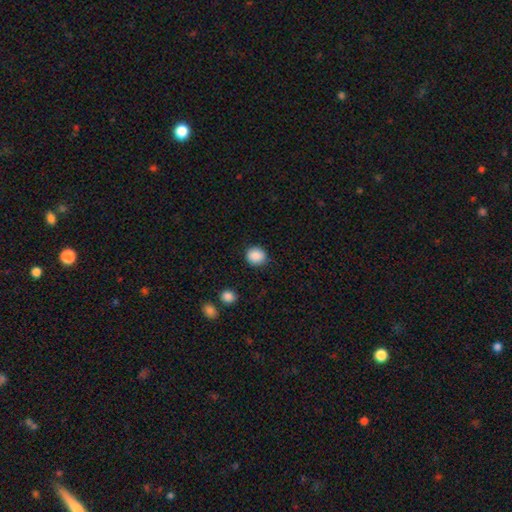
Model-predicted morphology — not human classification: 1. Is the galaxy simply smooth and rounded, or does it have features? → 88% smooth, 9% star or artifact, 3% featured or disk.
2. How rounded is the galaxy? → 80% round, 19% in between, 1% cigar-shaped.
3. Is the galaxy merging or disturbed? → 86% none, 10% minor disturbance, 3% major disturbance, 1% merger.